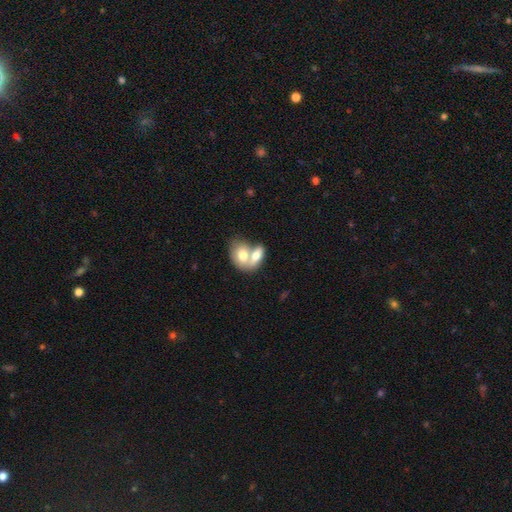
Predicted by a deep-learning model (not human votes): smooth-or-featured: smooth: 69% | featured or disk: 26% | star or artifact: 6%
  how-rounded: in between: 81% | round: 16% | cigar-shaped: 3%
  merging: merger: 76% | none: 15% | minor disturbance: 5% | major disturbance: 3%